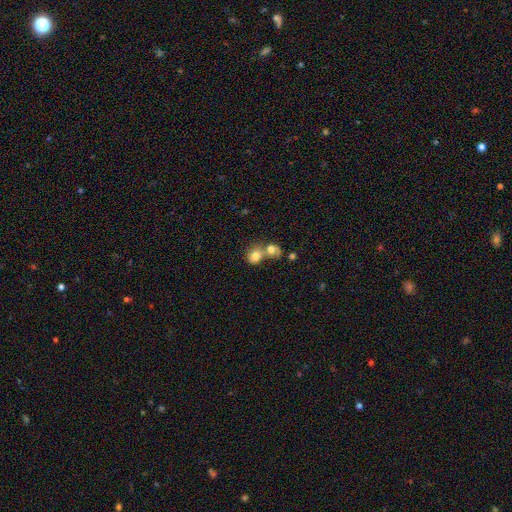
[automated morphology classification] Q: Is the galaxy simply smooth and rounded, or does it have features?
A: smooth — 76%.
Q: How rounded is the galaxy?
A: round — 68%.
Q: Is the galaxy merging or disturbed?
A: merger — 64%.